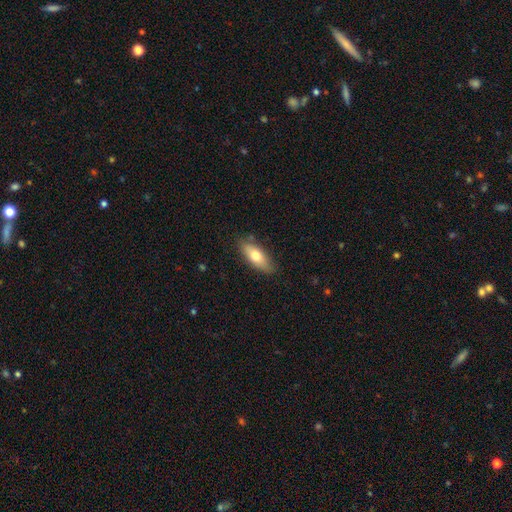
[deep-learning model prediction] Smooth or featured? Predicted: smooth (p=0.69). How rounded? Predicted: in between (p=0.72). Merging? Predicted: none (p=0.82).